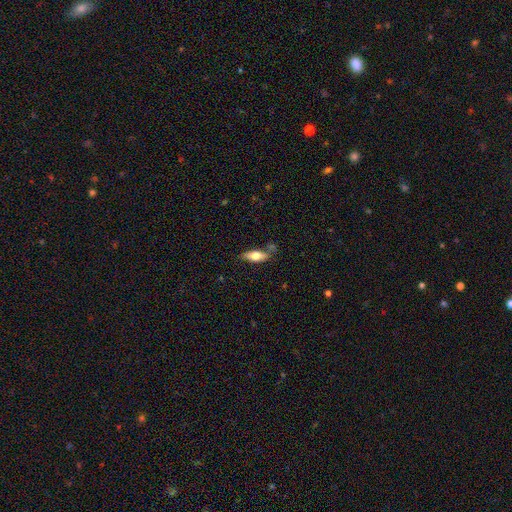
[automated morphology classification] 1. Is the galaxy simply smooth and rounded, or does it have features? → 65% smooth, 29% featured or disk, 6% star or artifact.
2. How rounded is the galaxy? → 70% in between, 28% cigar-shaped, 3% round.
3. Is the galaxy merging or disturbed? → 68% none, 19% minor disturbance, 8% merger, 5% major disturbance.